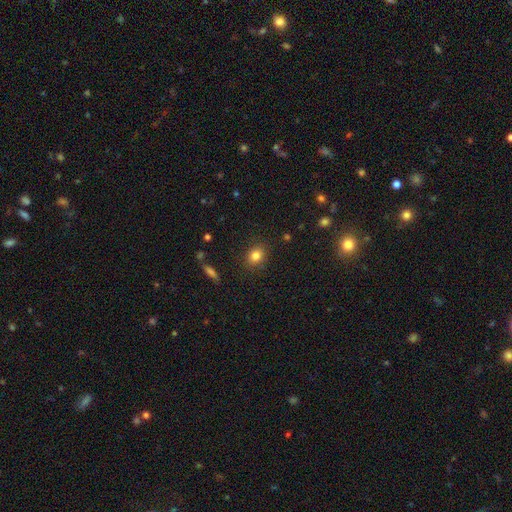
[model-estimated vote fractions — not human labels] Smooth or featured: smooth — 83% (star or artifact — 11%)
How rounded: round — 57% (in between — 41%)
Merging: none — 87% (minor disturbance — 9%)